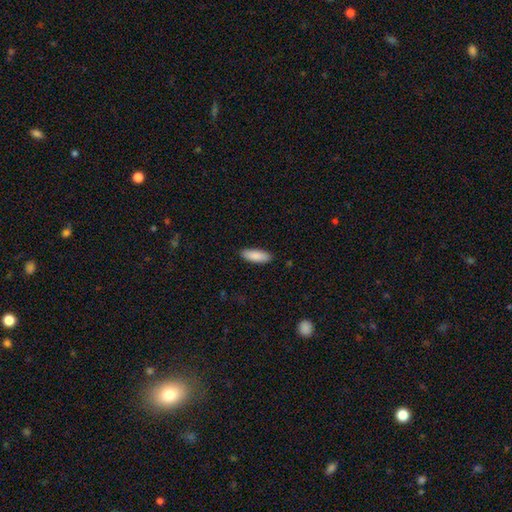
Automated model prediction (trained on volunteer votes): A smooth galaxy with no disk features (89%) that is in between round and cigar-shaped (70%).

Vote fractions:
- Smooth or featured? smooth: 89% / featured or disk: 5% / star or artifact: 5%
- How rounded? in between: 70% / cigar-shaped: 29% / round: 2%
- Merging? none: 90% / minor disturbance: 7% / major disturbance: 2% / merger: 1%